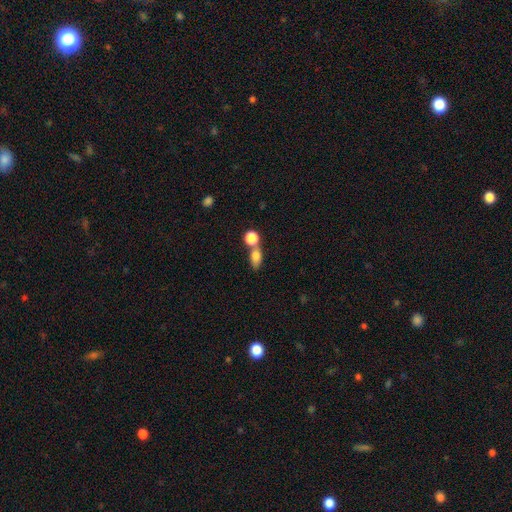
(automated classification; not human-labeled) Smooth or featured? Predicted: smooth (p=0.79). How rounded? Predicted: in between (p=0.70). Merging? Predicted: merger (p=0.46).